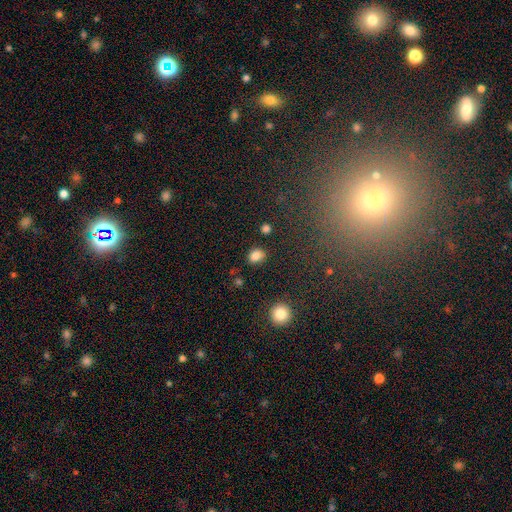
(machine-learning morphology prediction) The model was most divided on "how rounded": round: 50%, in between: 49%, cigar-shaped: 1%. More confident: smooth or featured — smooth (84%); merging — none (83%).